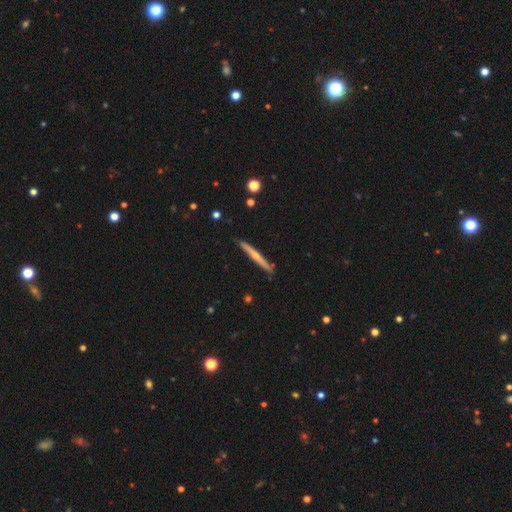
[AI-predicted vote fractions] Smooth or featured? featured or disk (53%)
Edge-on disk? yes (97%)
Edge-on bulge? rounded (50%)
Merging? none (88%)